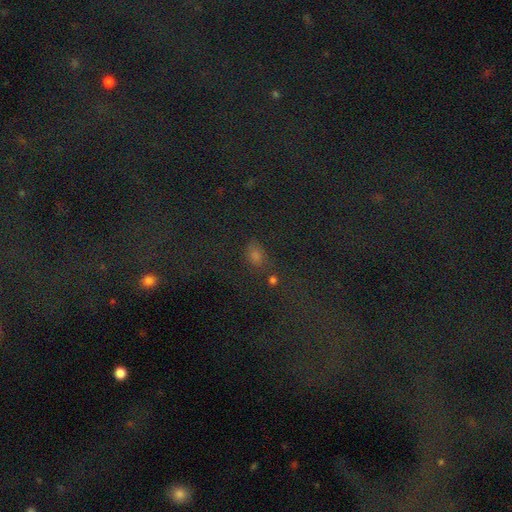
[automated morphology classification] smooth_or_featured: smooth (p=0.55) [alt: star or artifact p=0.35]
how_rounded: in between (p=0.70) [alt: round p=0.27]
merging: none (p=0.66) [alt: minor disturbance p=0.16]